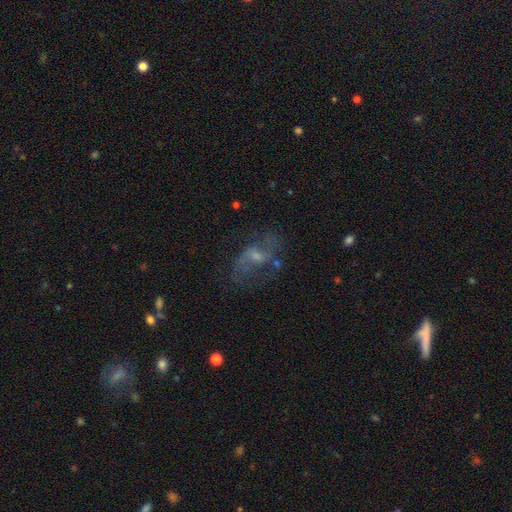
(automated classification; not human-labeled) Smooth or featured: featured or disk — 62% (smooth — 21%)
Edge-on disk: no — 95% (yes — 5%)
Bar: no — 48% (weak — 43%)
Spiral arms: yes — 74% (no — 26%)
Bulge size: small — 47% (moderate — 32%)
Merging: none — 57% (major disturbance — 20%)